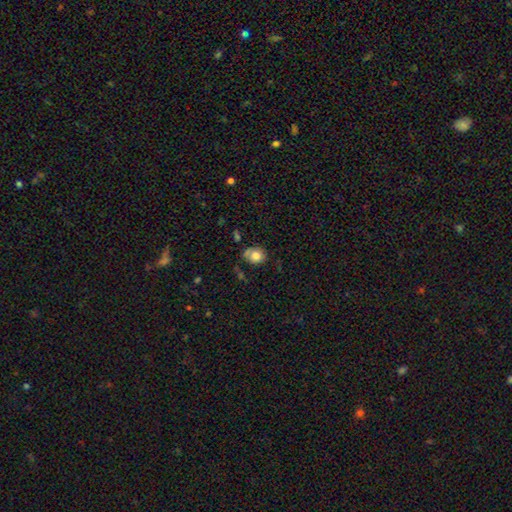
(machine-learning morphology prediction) smooth_or_featured: smooth (p=0.77) [alt: featured or disk p=0.14]
how_rounded: round (p=0.64) [alt: in between p=0.35]
merging: none (p=0.60) [alt: minor disturbance p=0.25]